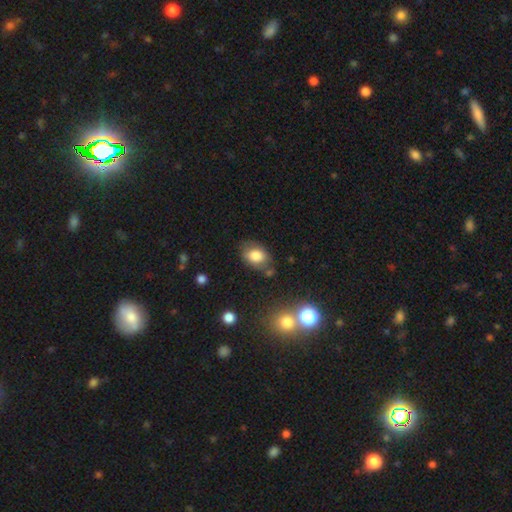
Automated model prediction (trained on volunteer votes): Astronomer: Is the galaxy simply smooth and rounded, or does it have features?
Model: smooth — 80%.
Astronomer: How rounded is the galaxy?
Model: in between — 78%.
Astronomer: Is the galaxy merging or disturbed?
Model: none — 70%.